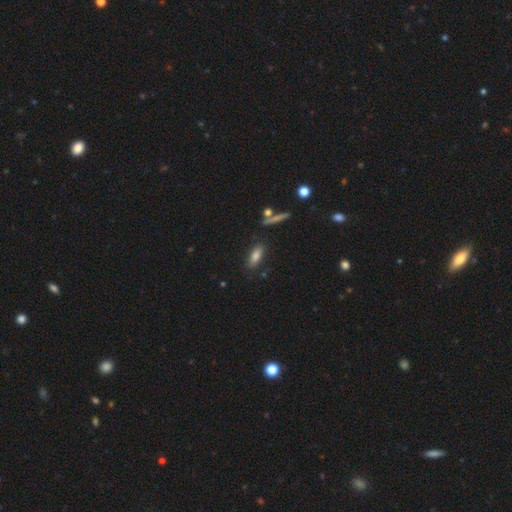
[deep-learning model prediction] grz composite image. It shows a smooth galaxy with no disk features (79%) that is in between round and cigar-shaped (69%). Merging: none (81%).